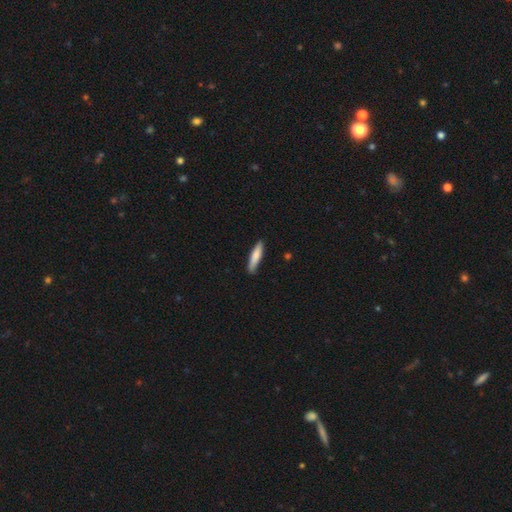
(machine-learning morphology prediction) Smooth or featured? smooth (78%)
How rounded? cigar-shaped (82%)
Merging? none (85%)